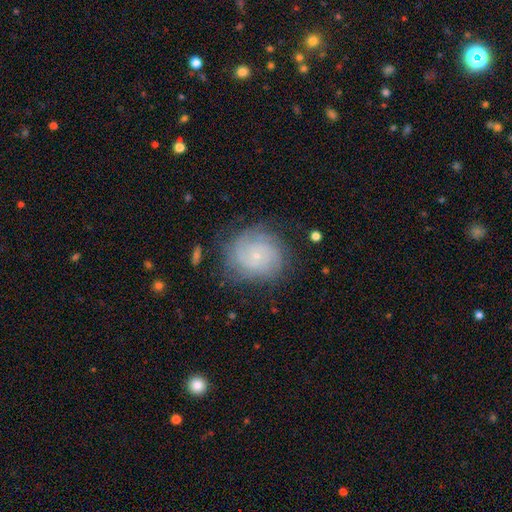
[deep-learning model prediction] The model was most divided on "spiral arm count": can't tell: 40%, 2: 18%, 3: 18%, 4: 12%, more than 4: 6%, 1: 6%. More confident: edge-on disk — no (98%); spiral arms — yes (91%); bulge size — small (86%); bar — no (82%); merging — none (74%); spiral winding — tight (72%); smooth or featured — featured or disk (68%).